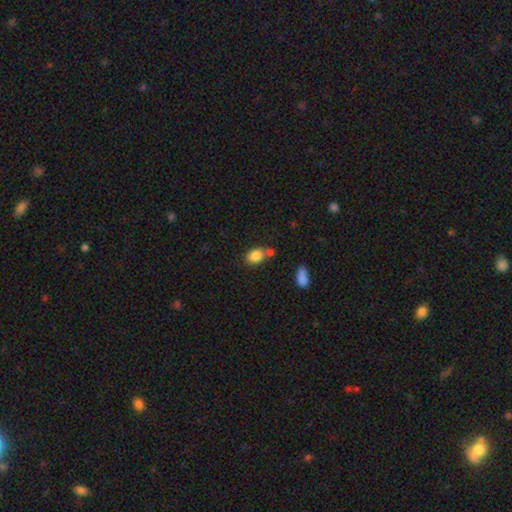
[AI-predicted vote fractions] smooth 84%, star or artifact 9%, featured or disk 7%. Down the decision tree: how rounded — in between (67%); merging — none (57%).